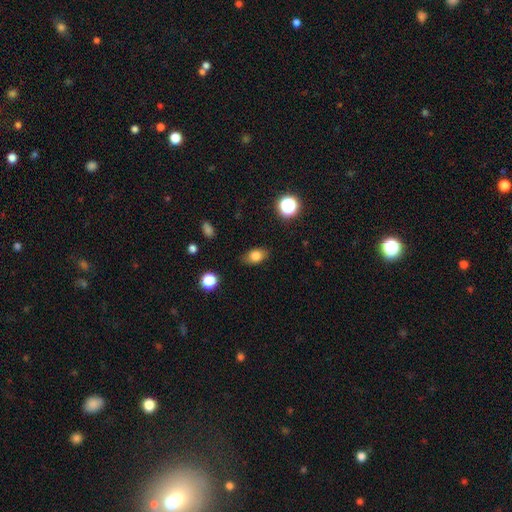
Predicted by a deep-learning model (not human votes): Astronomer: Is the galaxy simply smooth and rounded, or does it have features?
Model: smooth — 80%.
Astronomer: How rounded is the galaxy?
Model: in between — 78%.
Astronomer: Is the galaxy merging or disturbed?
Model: none — 80%.